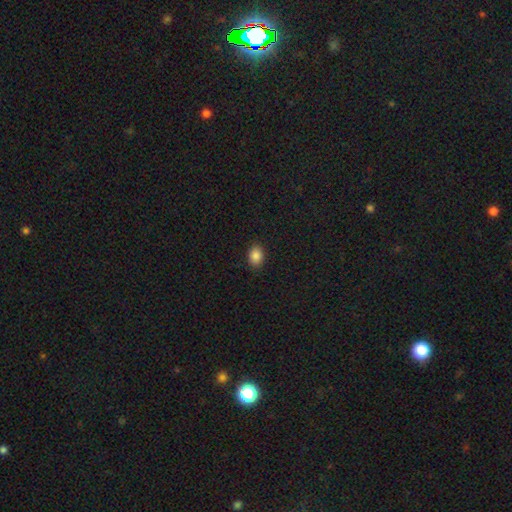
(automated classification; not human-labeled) A smooth galaxy with no disk features (87%) that is in between round and cigar-shaped (74%). Merging: none (89%).